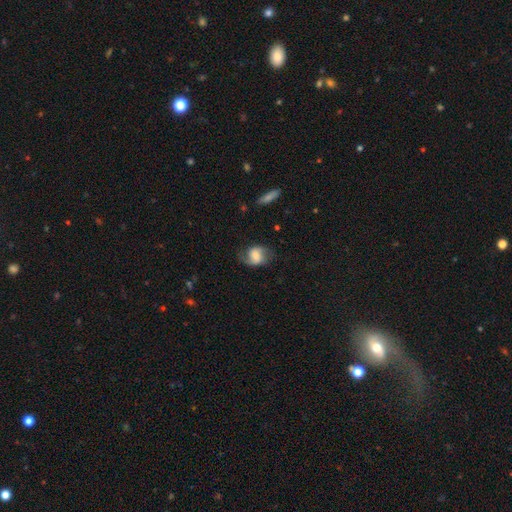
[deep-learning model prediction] Q: Smooth or featured?
A: featured or disk (58%); runner-up: smooth (34%)
Q: Edge-on disk?
A: no (96%); runner-up: yes (4%)
Q: Bar?
A: weak (43%); runner-up: no (39%)
Q: Spiral arms?
A: yes (89%); runner-up: no (11%)
Q: Bulge size?
A: moderate (44%); runner-up: small (32%)
Q: Merging?
A: none (68%); runner-up: minor disturbance (21%)